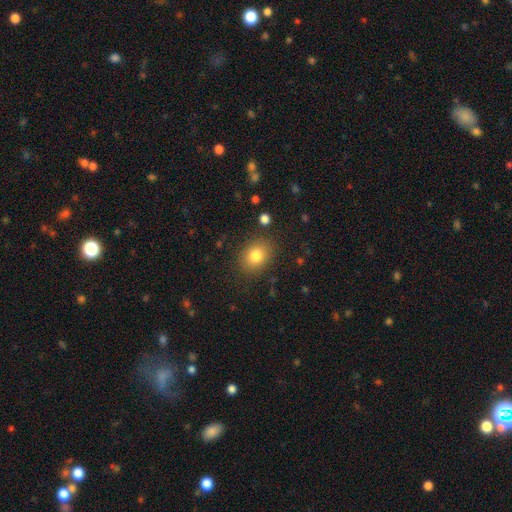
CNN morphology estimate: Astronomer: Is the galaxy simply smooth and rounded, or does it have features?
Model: smooth — 80%.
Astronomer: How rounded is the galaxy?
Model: in between — 51% (runner-up: round, 48%).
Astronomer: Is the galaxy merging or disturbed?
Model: none — 84%.